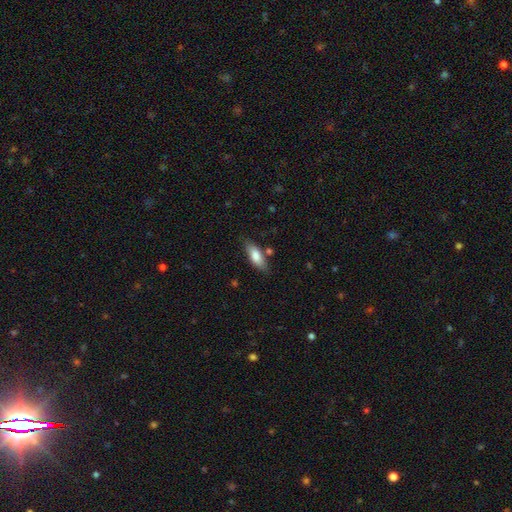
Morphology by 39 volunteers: A smooth galaxy with no disk features (90%) that is in between round and cigar-shaped (69%). Merging: none (84%).